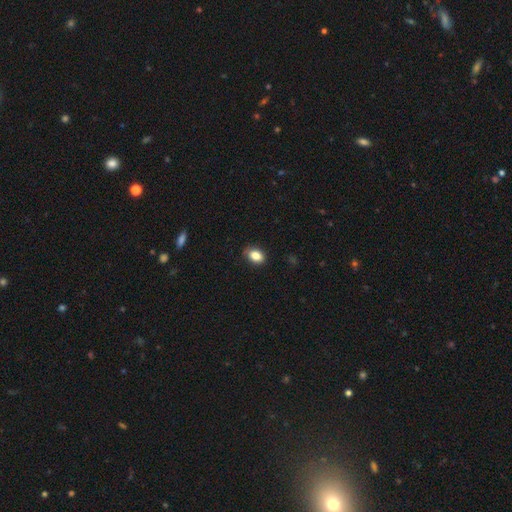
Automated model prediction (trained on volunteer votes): Smooth or featured? smooth (84%)
How rounded? in between (78%)
Merging? none (83%)